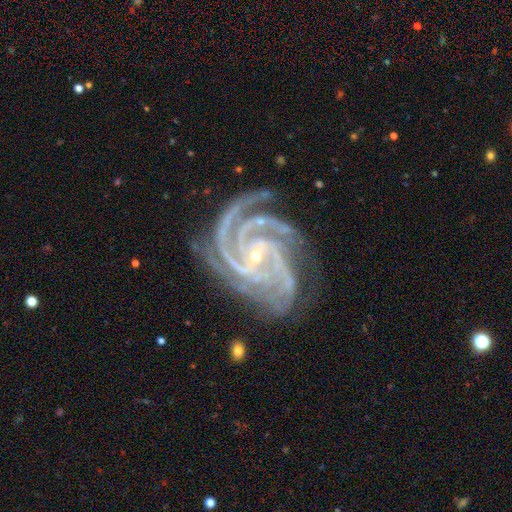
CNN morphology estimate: A featured or disk galaxy (93%) with no bar (48%), 4 (42%) tight (70%) spiral arms (99%) and a small central bulge (84%). Merging: none (74%).